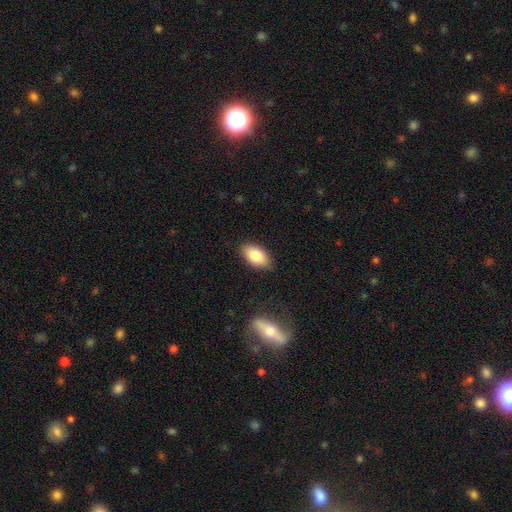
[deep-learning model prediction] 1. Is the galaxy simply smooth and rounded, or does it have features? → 84% smooth, 9% featured or disk, 7% star or artifact.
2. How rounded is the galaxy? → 93% in between, 4% round, 2% cigar-shaped.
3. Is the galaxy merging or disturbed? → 85% none, 11% minor disturbance, 2% major disturbance, 1% merger.